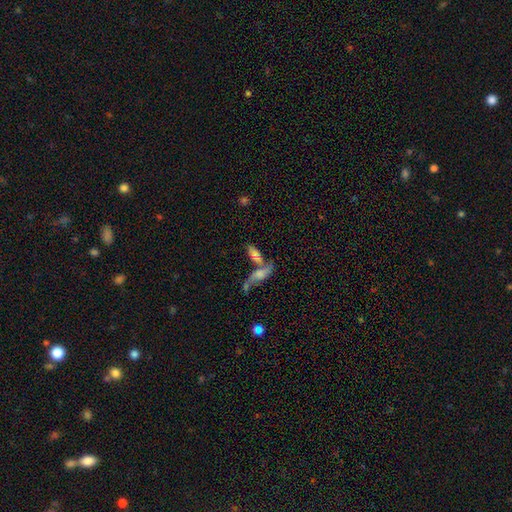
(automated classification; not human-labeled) Smooth or featured? smooth (58%)
How rounded? in between (65%)
Merging? merger (50%)